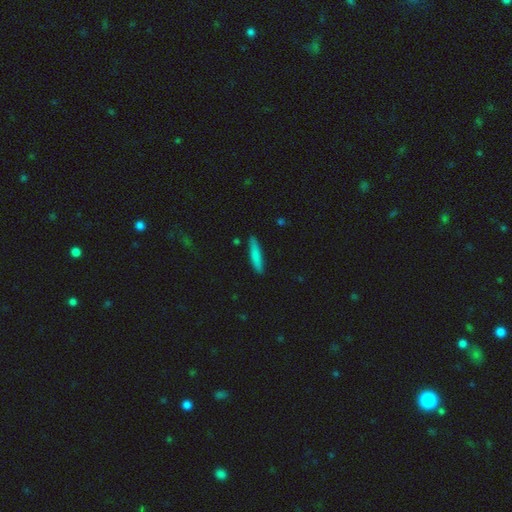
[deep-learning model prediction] smooth-or-featured: smooth: 80% | featured or disk: 14% | star or artifact: 6%
  how-rounded: cigar-shaped: 87% | in between: 11% | round: 1%
  merging: none: 87% | minor disturbance: 10% | major disturbance: 2% | merger: 2%